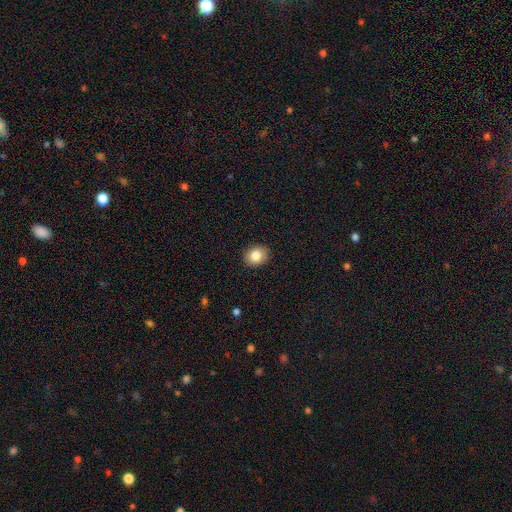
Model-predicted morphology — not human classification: Smooth or featured: smooth — 84% (star or artifact — 9%)
How rounded: round — 56% (in between — 43%)
Merging: none — 90% (minor disturbance — 7%)